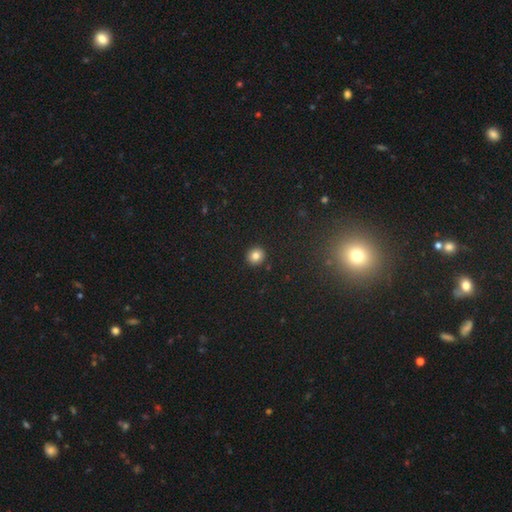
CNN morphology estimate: Overall: smooth (83%). How rounded: round (87%). Merging: none (92%).